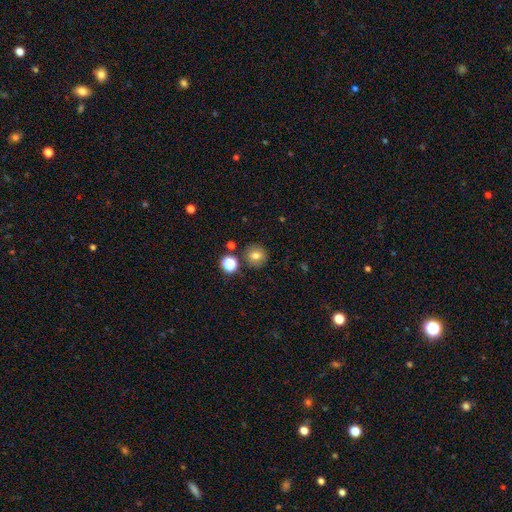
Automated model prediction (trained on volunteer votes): A smooth galaxy with no disk features (76%) that is round (92%).

Vote fractions:
- Smooth or featured? smooth: 76% / star or artifact: 15% / featured or disk: 10%
- How rounded? round: 92% / in between: 7% / cigar-shaped: 1%
- Merging? none: 85% / minor disturbance: 7% / merger: 5% / major disturbance: 2%